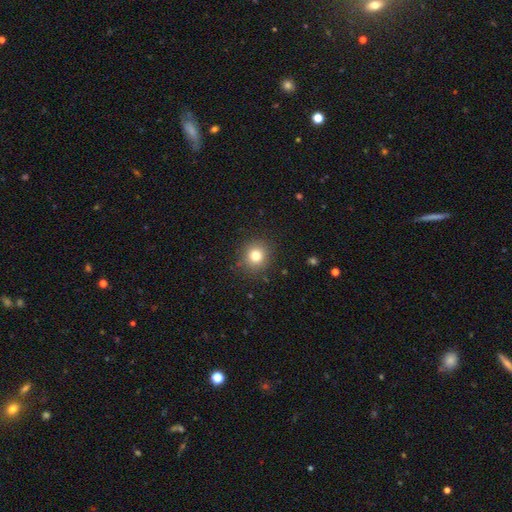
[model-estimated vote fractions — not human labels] smooth 79%, star or artifact 13%, featured or disk 8%. Down the decision tree: how rounded — round (88%); merging — none (89%).